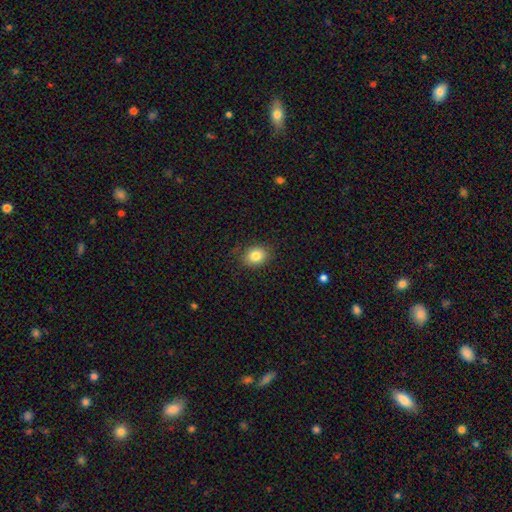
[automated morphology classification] Smooth or featured?
  - smooth: 83% *
  - star or artifact: 10%
  - featured or disk: 7%
How rounded?
  - in between: 51% *
  - round: 48%
  - cigar-shaped: 1%
Merging?
  - none: 85% *
  - minor disturbance: 11%
  - major disturbance: 3%
  - merger: 1%